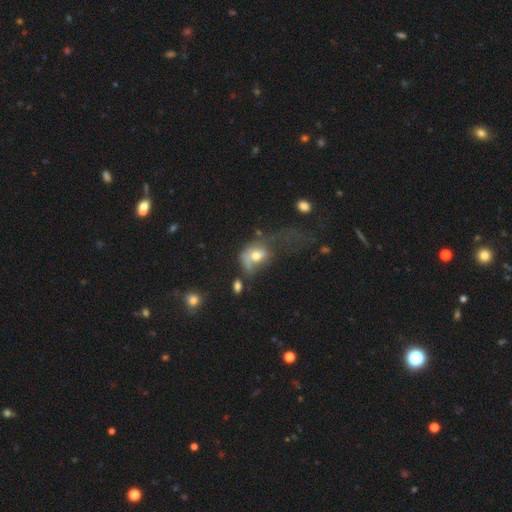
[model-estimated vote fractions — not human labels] Smooth or featured: smooth — 60% (featured or disk — 30%)
How rounded: in between — 62% (round — 36%)
Merging: major disturbance — 54% (none — 17%)